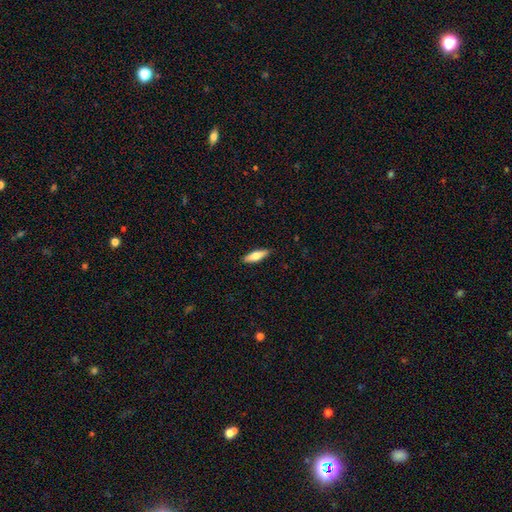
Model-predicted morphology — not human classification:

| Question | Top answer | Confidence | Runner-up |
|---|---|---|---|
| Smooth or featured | smooth | 63% | featured or disk (31%) |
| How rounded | cigar-shaped | 52% | in between (46%) |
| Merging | none | 89% | minor disturbance (8%) |